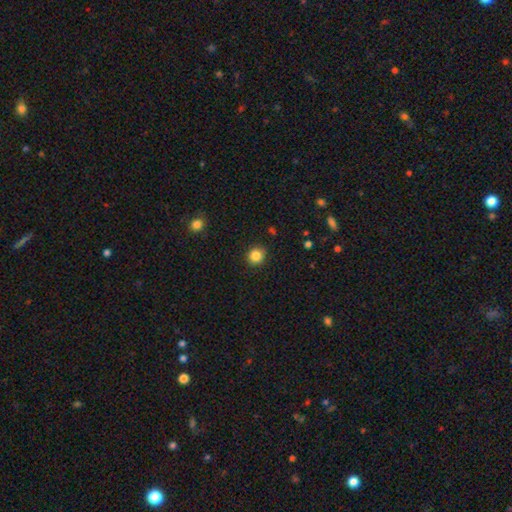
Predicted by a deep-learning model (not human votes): Smooth or featured? Predicted: smooth (p=0.85). How rounded? Predicted: round (p=0.90). Merging? Predicted: none (p=0.90).